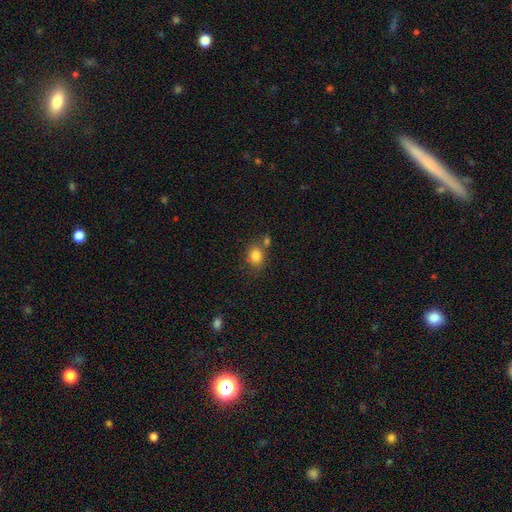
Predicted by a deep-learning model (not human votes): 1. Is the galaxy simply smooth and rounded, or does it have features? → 82% smooth, 11% star or artifact, 7% featured or disk.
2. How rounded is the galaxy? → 54% round, 45% in between, 1% cigar-shaped.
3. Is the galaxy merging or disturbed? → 65% none, 18% merger, 13% minor disturbance, 4% major disturbance.